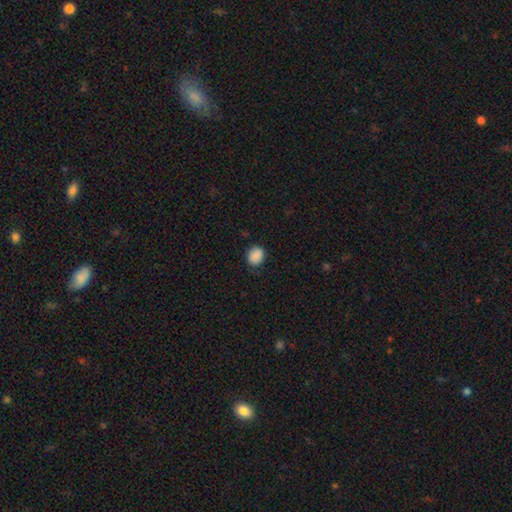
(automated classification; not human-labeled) This is clearly a smooth galaxy (88%). How rounded: possibly round (58%). Merging: clearly none (81%).